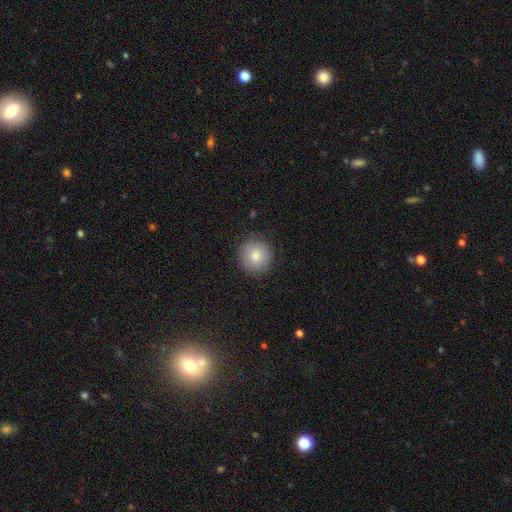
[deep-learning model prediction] This appears to be a smooth galaxy with no disk features (84%) that is round (93%). Merging: none (88%).